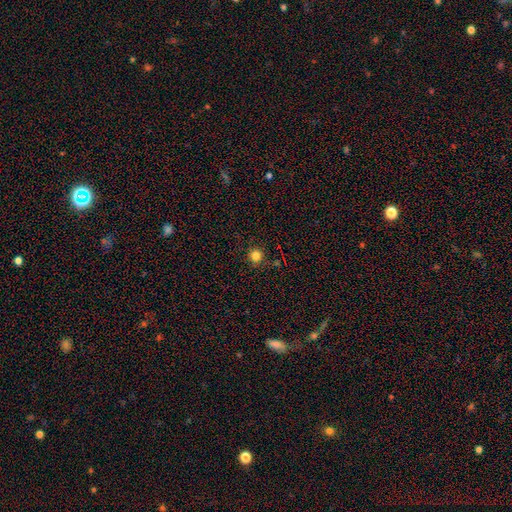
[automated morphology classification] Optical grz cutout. It shows a smooth galaxy with no disk features (82%) that is round (93%). Merging: none (89%).